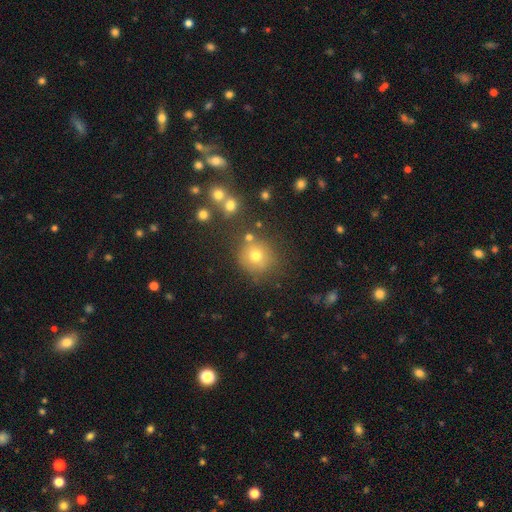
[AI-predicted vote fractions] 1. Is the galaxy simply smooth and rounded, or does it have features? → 72% smooth, 17% star or artifact, 11% featured or disk.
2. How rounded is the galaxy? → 90% round, 9% in between, 1% cigar-shaped.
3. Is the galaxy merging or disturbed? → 74% none, 12% minor disturbance, 9% merger, 5% major disturbance.